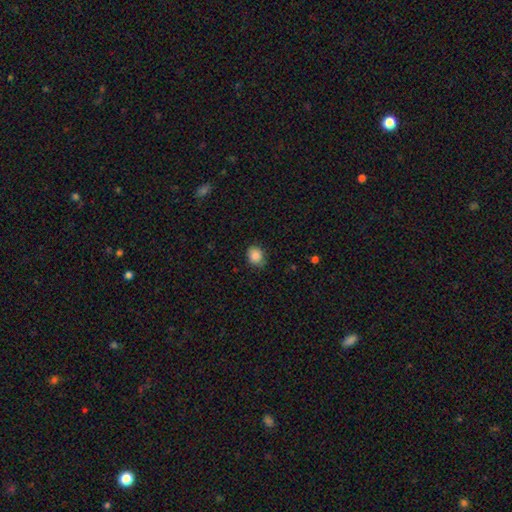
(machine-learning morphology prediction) Smooth or featured? smooth (86%)
How rounded? round (65%)
Merging? none (79%)